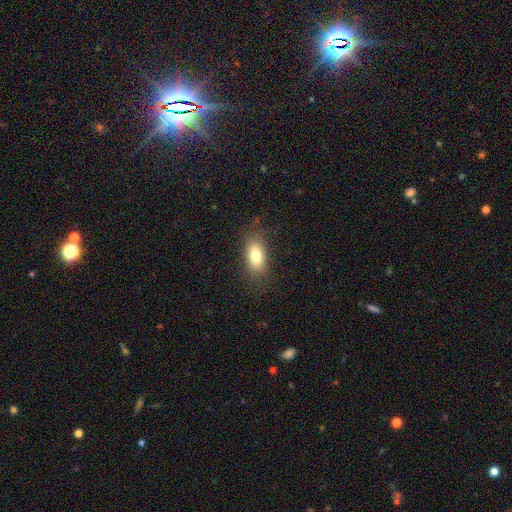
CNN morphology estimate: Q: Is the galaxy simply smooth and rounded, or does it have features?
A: smooth — 79%.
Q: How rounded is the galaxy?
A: in between — 87%.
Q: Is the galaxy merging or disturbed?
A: none — 81%.